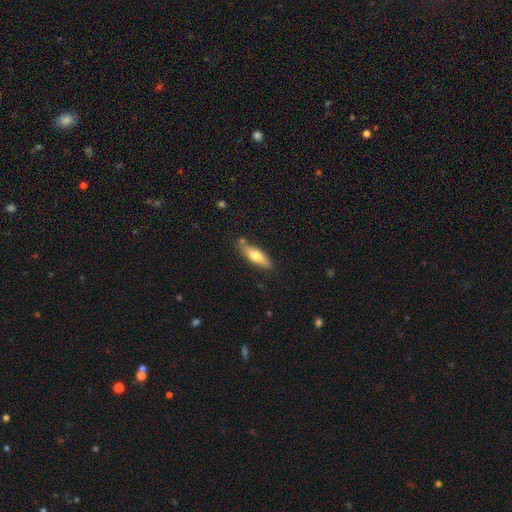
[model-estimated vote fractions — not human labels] A smooth galaxy with no disk features (62%) that is cigar-shaped (58%).

Vote fractions:
- Smooth or featured? smooth: 62% / featured or disk: 32% / star or artifact: 6%
- How rounded? cigar-shaped: 58% / in between: 40% / round: 2%
- Merging? none: 79% / minor disturbance: 14% / merger: 5% / major disturbance: 3%